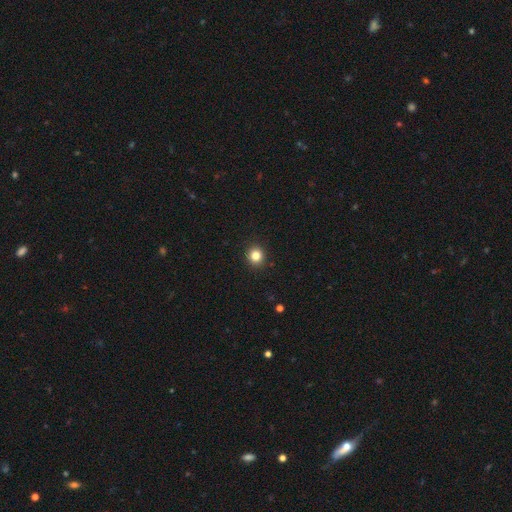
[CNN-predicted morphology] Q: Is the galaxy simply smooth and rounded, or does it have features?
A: smooth — 83%.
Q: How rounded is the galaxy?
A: round — 90%.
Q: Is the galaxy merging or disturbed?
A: none — 92%.